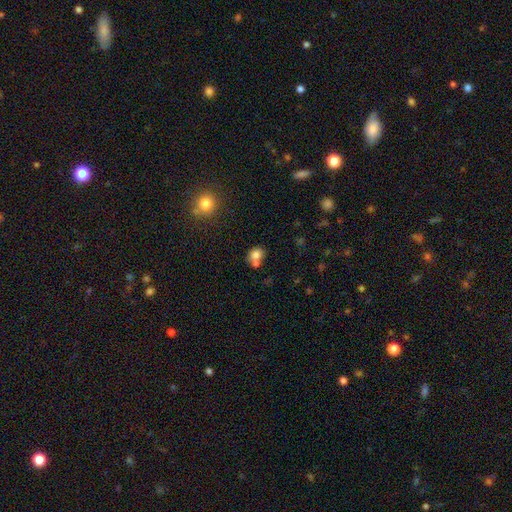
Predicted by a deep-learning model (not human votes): Smooth or featured? smooth (77%)
How rounded? round (63%)
Merging? none (45%)